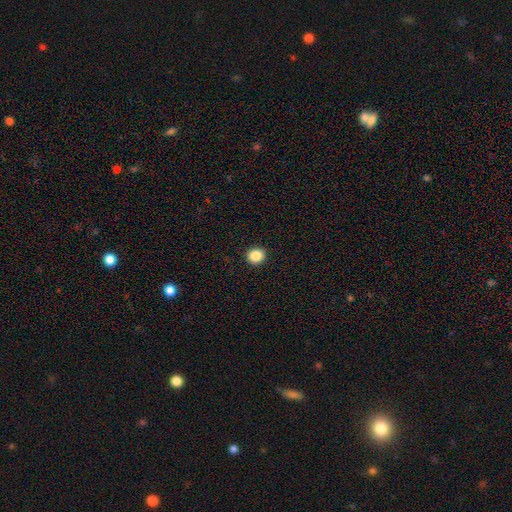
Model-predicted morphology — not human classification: Overall: smooth (85%). How rounded: round (87%). Merging: none (93%).